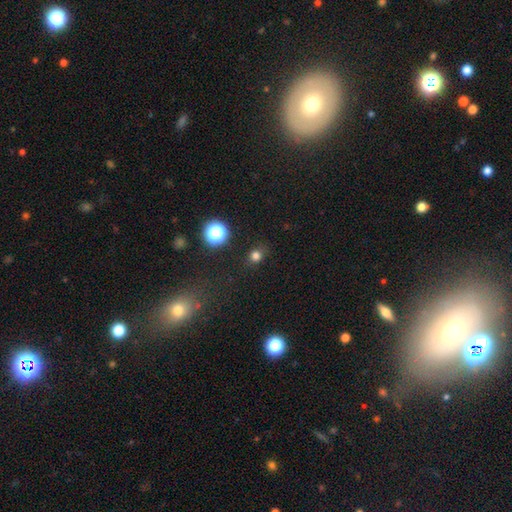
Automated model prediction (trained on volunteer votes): Morphology: type=smooth (76%); roundness=round (71%); merging=none (82%).